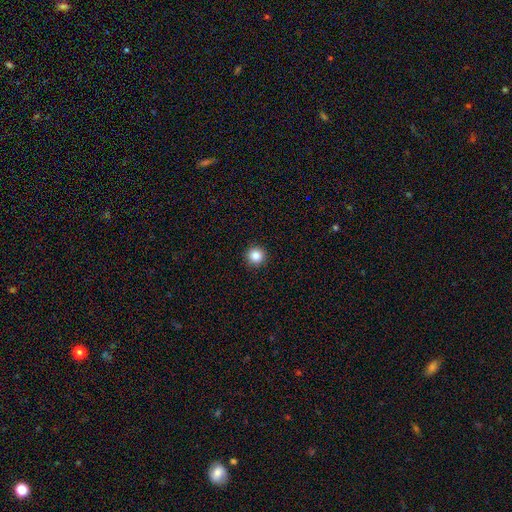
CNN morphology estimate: Smooth or featured? smooth (85%)
How rounded? round (96%)
Merging? none (93%)